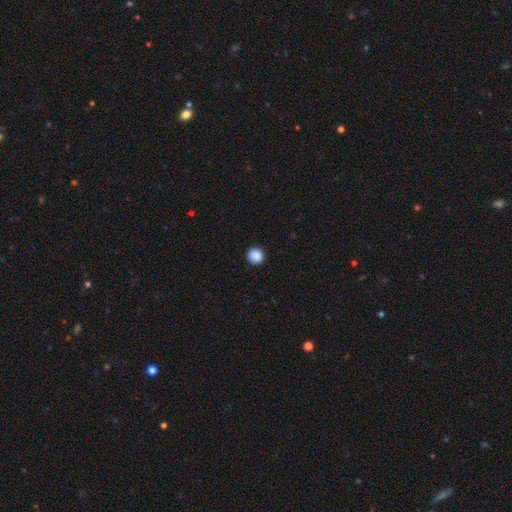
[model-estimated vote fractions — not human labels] This appears to be a smooth galaxy with no disk features (89%) that is round (92%). Merging: none (93%).